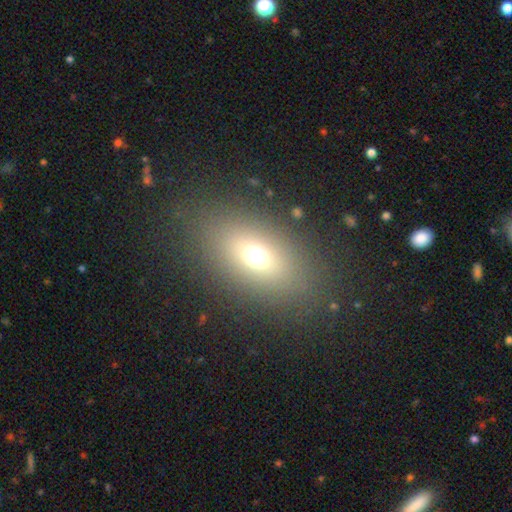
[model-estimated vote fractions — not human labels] Smooth or featured? smooth (65%)
How rounded? in between (73%)
Merging? none (83%)